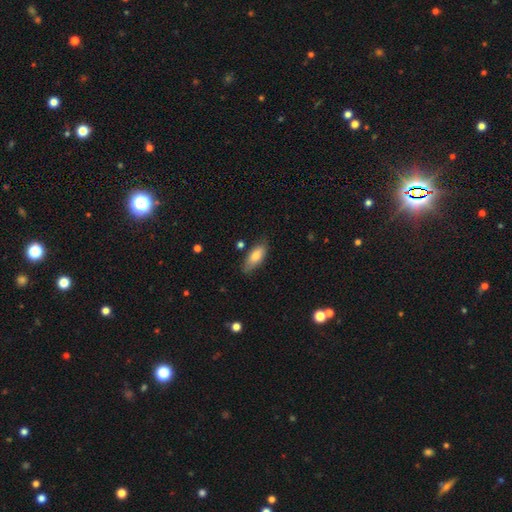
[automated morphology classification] Smooth or featured: smooth — 76% (featured or disk — 17%)
How rounded: in between — 79% (cigar-shaped — 18%)
Merging: none — 74% (minor disturbance — 20%)